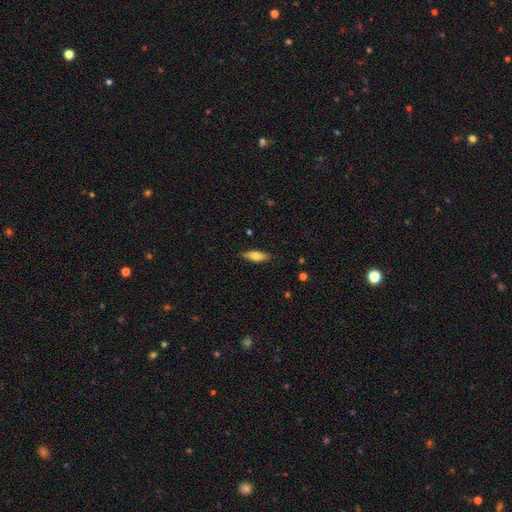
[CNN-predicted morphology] This is likely a smooth galaxy (72%). How rounded: possibly in between (53%). Merging: clearly none (87%).